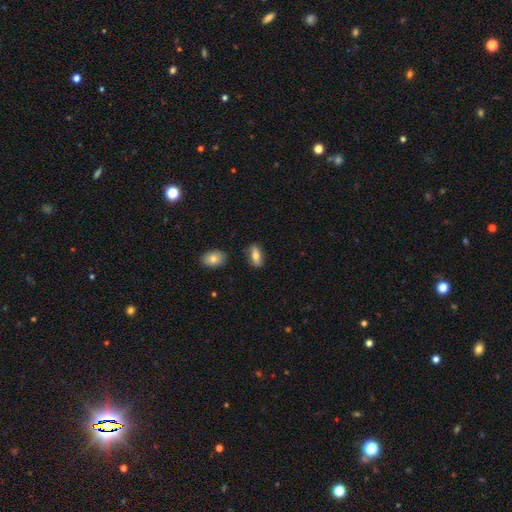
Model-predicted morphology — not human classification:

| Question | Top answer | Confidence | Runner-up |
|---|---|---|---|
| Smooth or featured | smooth | 67% | featured or disk (26%) |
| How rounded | in between | 74% | cigar-shaped (21%) |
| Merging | none | 82% | minor disturbance (13%) |